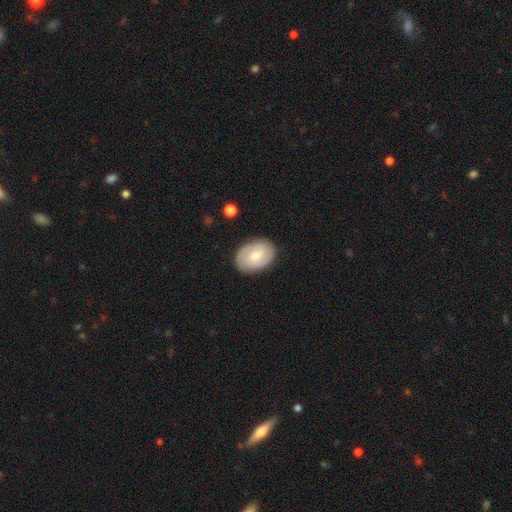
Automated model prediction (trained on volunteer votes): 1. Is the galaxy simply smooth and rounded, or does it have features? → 55% smooth, 39% featured or disk, 6% star or artifact.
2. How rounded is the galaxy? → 79% in between, 20% round, 1% cigar-shaped.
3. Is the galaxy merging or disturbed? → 85% none, 11% minor disturbance, 3% major disturbance, 1% merger.